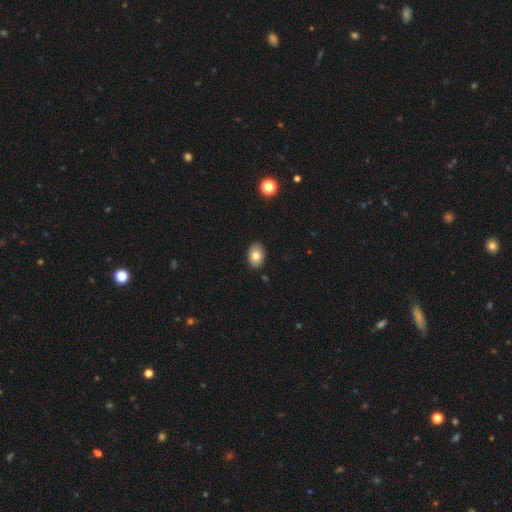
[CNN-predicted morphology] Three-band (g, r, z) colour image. It shows a smooth galaxy with no disk features (80%) that is in between round and cigar-shaped (84%). Merging: none (89%).